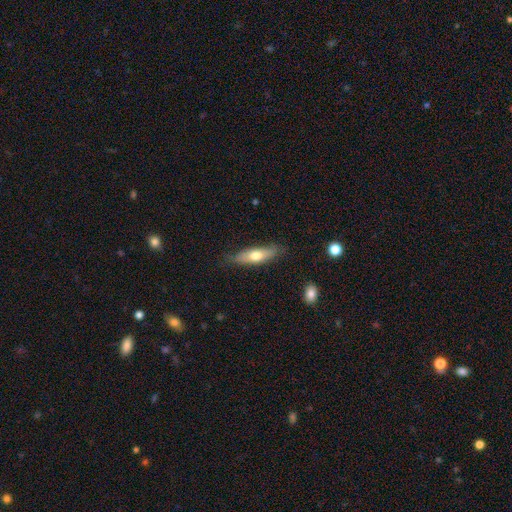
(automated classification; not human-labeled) smooth_or_featured: smooth (p=0.62) [alt: featured or disk p=0.32]
how_rounded: cigar-shaped (p=0.54) [alt: in between p=0.44]
merging: none (p=0.78) [alt: minor disturbance p=0.17]